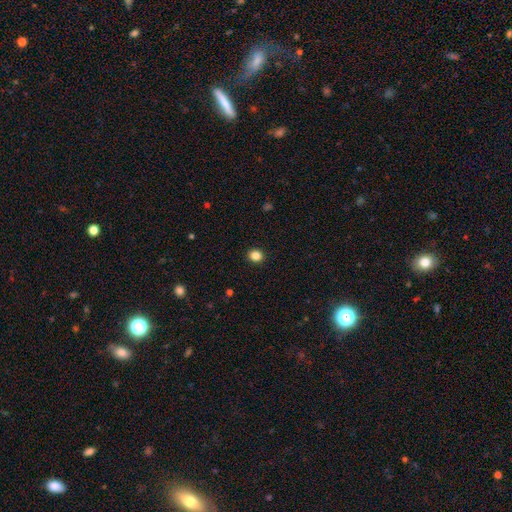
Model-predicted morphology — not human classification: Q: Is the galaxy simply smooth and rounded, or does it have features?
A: smooth — 85%.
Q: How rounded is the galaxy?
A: round — 71%.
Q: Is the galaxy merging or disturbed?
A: none — 92%.